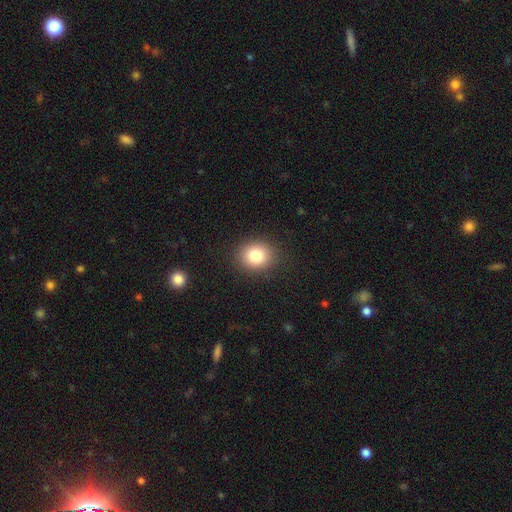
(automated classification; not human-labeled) Smooth or featured? smooth (81%)
How rounded? round (69%)
Merging? none (89%)